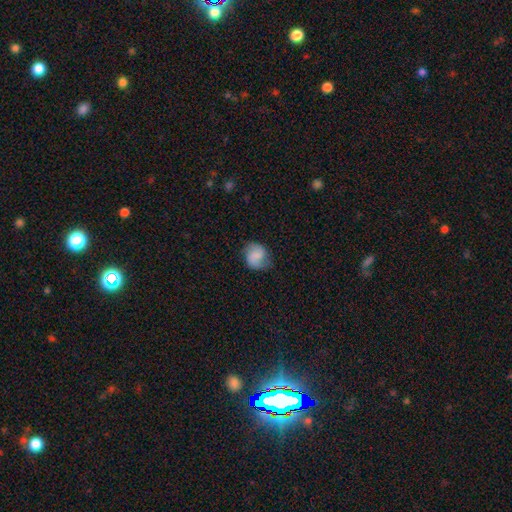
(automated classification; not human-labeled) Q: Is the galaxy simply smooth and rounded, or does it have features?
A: smooth — 47%.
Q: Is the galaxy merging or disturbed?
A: none — 70%.